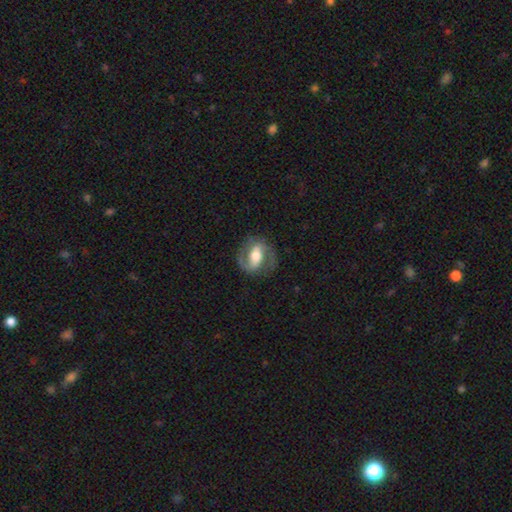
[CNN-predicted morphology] Overall: featured or disk (78%). Edge-on disk: no (96%). Bar: strong (43%; weak 36%). Spiral arms: yes (88%). Spiral arm count: 2 (88%). Spiral winding: medium (52%; tight 26%). Bulge size: moderate (64%). Merging: none (78%).